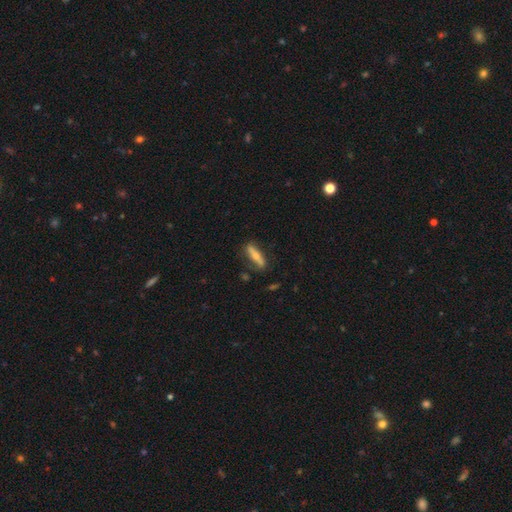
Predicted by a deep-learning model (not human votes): Q: Smooth or featured?
A: smooth (52%); runner-up: featured or disk (41%)
Q: How rounded?
A: cigar-shaped (75%); runner-up: in between (22%)
Q: Merging?
A: none (77%); runner-up: minor disturbance (16%)